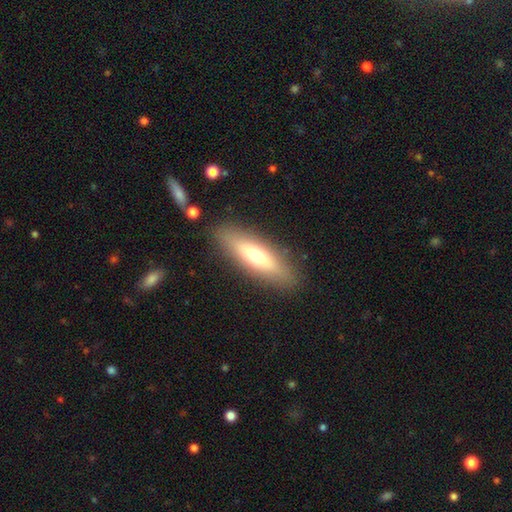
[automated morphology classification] A smooth galaxy with no disk features (60%) that is cigar-shaped (58%).

Vote fractions:
- Smooth or featured? smooth: 60% / featured or disk: 33% / star or artifact: 7%
- How rounded? cigar-shaped: 58% / in between: 40% / round: 2%
- Merging? none: 86% / minor disturbance: 10% / major disturbance: 3% / merger: 2%